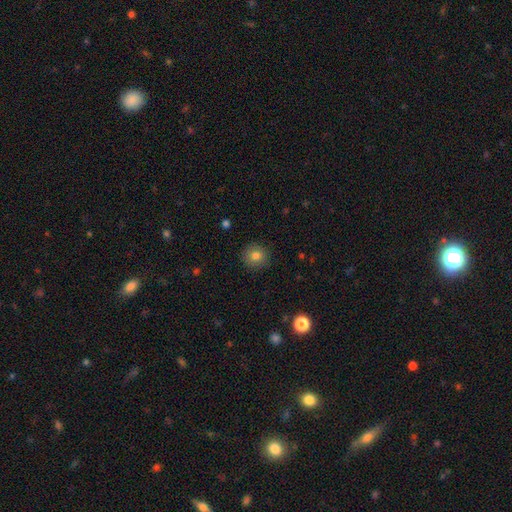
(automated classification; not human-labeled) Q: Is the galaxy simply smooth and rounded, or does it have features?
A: smooth — 81%.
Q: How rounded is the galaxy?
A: round — 91%.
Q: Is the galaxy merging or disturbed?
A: none — 89%.